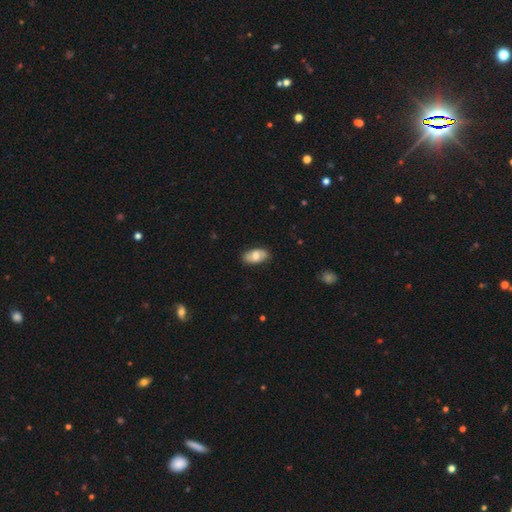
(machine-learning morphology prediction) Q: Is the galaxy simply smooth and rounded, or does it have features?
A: smooth — 69%.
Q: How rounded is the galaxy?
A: in between — 94%.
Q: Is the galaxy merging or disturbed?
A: none — 85%.